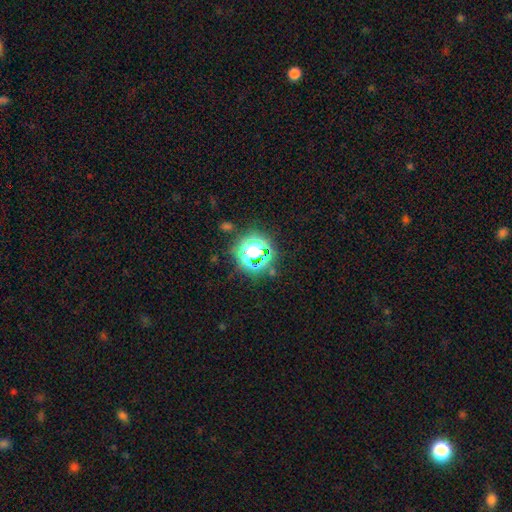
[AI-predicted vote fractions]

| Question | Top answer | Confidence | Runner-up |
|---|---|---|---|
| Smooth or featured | star or artifact | 60% | smooth (29%) |